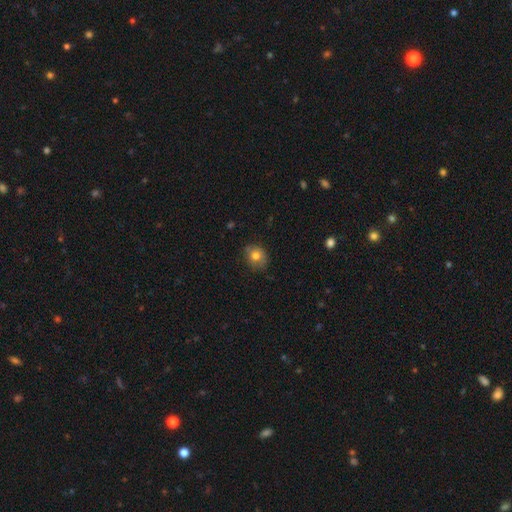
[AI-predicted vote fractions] Smooth or featured: smooth — 76% (featured or disk — 13%)
How rounded: round — 73% (in between — 26%)
Merging: none — 72% (minor disturbance — 21%)